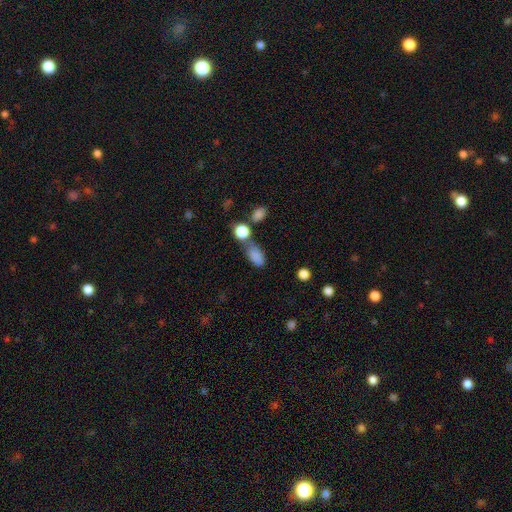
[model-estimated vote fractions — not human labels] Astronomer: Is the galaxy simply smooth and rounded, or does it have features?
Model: smooth — 84%.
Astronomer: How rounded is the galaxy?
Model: in between — 85%.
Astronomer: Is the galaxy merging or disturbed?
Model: none — 46% (runner-up: merger, 27%).